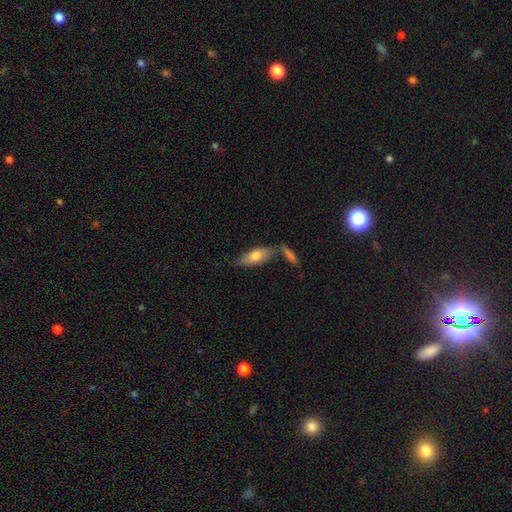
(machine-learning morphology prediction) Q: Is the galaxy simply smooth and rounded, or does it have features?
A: smooth — 70%.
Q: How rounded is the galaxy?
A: in between — 68%.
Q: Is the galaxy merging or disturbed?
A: none — 63%.